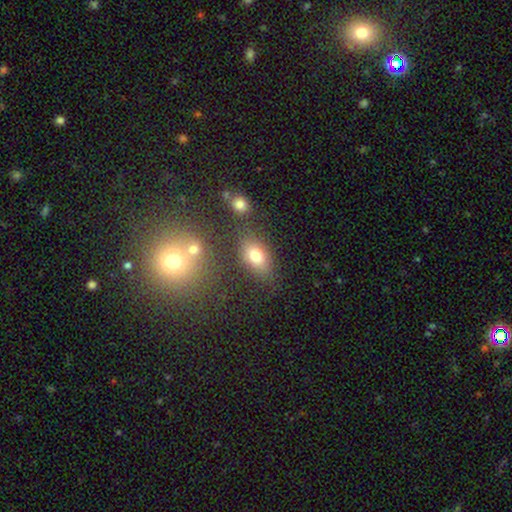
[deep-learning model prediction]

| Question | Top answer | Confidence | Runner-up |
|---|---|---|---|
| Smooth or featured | smooth | 77% | star or artifact (12%) |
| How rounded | in between | 82% | round (15%) |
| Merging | none | 72% | minor disturbance (15%) |